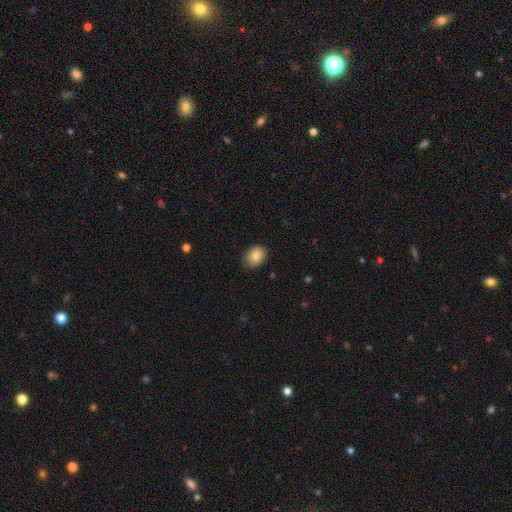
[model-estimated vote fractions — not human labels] A smooth galaxy with no disk features (84%) that is in between round and cigar-shaped (65%).

Vote fractions:
- Smooth or featured? smooth: 84% / featured or disk: 8% / star or artifact: 8%
- How rounded? in between: 65% / round: 34% / cigar-shaped: 1%
- Merging? none: 86% / minor disturbance: 11% / major disturbance: 2% / merger: 1%